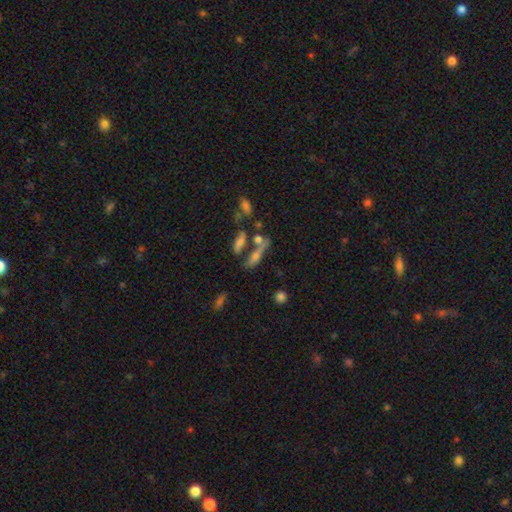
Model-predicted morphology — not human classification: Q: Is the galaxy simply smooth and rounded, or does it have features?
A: smooth — 50%.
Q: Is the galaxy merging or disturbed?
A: none — 47%.